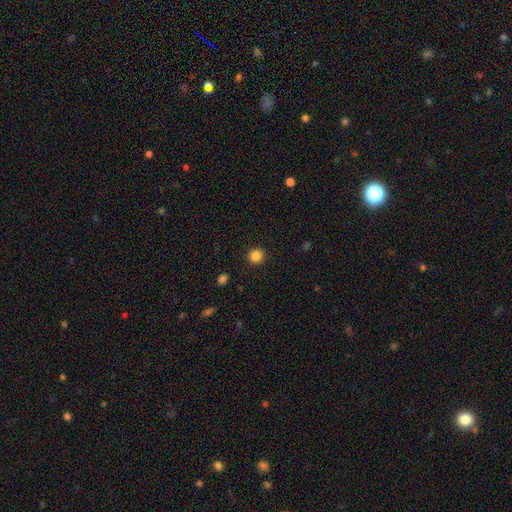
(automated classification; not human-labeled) Smooth or featured?
  - smooth: 86% *
  - star or artifact: 11%
  - featured or disk: 3%
How rounded?
  - round: 94% *
  - in between: 5%
  - cigar-shaped: 1%
Merging?
  - none: 92% *
  - minor disturbance: 5%
  - major disturbance: 2%
  - merger: 1%